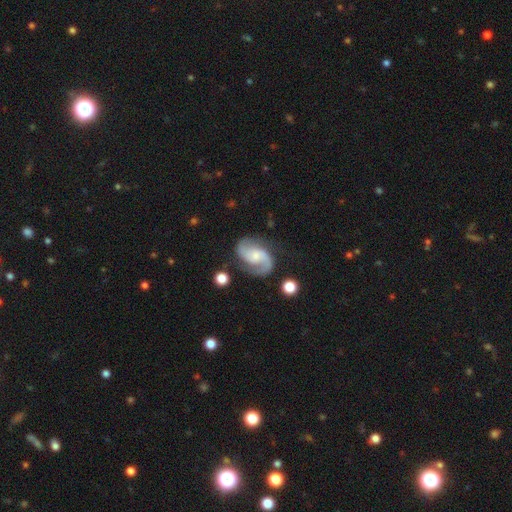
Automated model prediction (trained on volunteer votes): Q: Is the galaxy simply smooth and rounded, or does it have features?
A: featured or disk — 87%.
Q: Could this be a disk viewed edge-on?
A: no — 98%.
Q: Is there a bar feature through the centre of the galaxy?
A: no — 50%.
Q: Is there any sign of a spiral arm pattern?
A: yes — 97%.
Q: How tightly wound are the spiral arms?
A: medium — 49%.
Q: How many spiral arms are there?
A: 2 — 91%.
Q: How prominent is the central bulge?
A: small — 48%.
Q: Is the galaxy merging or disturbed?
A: none — 74%.